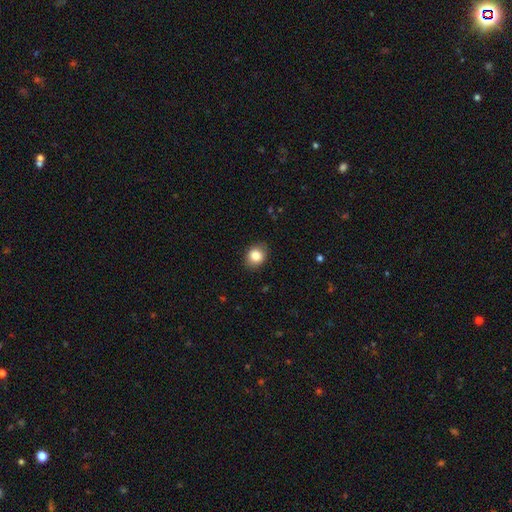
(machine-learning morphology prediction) This appears to be a smooth galaxy with no disk features (84%) that is round (58%). Merging: none (86%).